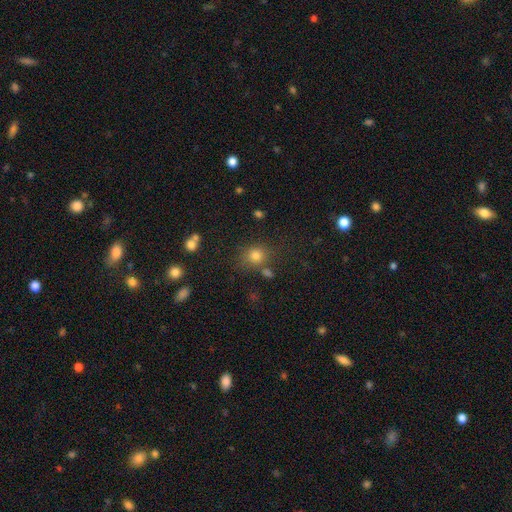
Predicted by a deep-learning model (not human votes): This appears to be a smooth galaxy with no disk features (78%) that is round (74%). Merging: none (71%).